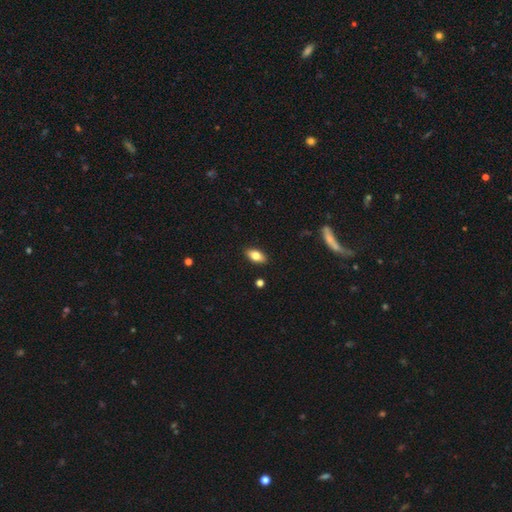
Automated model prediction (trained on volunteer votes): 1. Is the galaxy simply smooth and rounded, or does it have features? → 76% smooth, 17% featured or disk, 7% star or artifact.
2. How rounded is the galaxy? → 88% in between, 8% cigar-shaped, 4% round.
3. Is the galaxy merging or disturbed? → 89% none, 8% minor disturbance, 2% major disturbance, 1% merger.